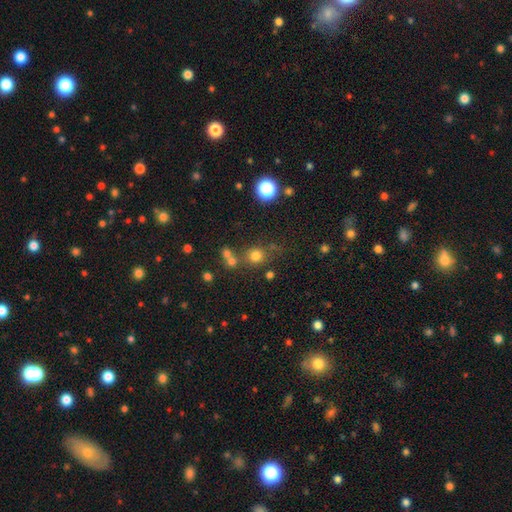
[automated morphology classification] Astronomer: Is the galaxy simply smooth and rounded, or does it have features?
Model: smooth — 73%.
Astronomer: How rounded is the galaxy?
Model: round — 87%.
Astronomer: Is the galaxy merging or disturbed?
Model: none — 69%.